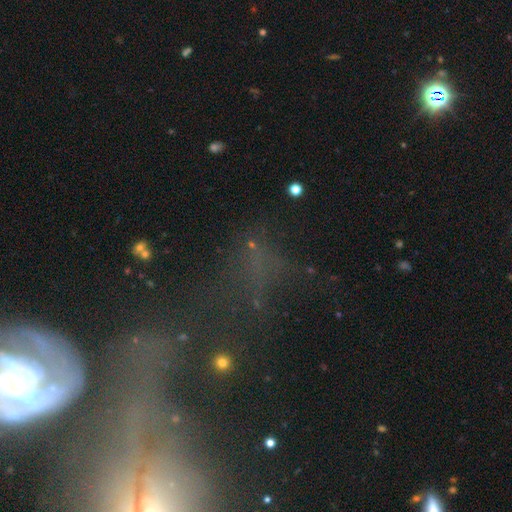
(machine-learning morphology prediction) Smooth or featured? star or artifact (47%)